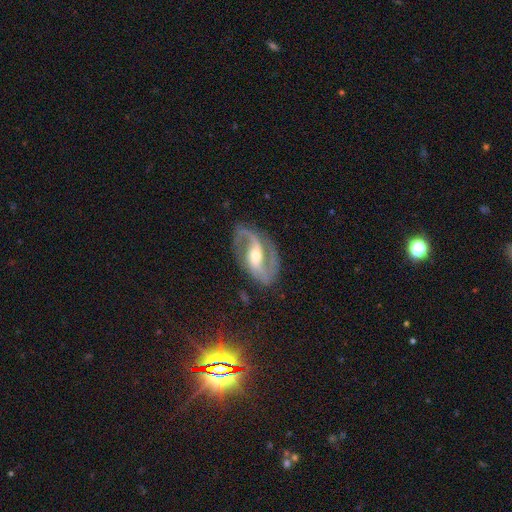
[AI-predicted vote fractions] featured or disk 90%, smooth 5%, star or artifact 5%. Down the decision tree: edge-on disk — no (97%); bar — weak (40%); spiral arms — yes (97%); spiral arm count — 2 (91%); spiral winding — medium (50%); bulge size — moderate (61%); merging — none (78%).